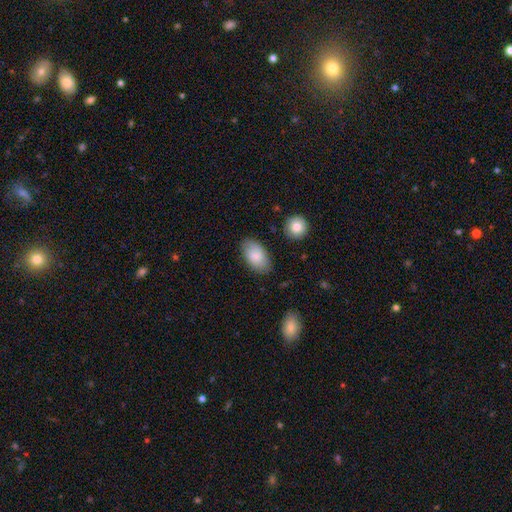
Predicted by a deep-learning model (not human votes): Smooth or featured: smooth — 84% (featured or disk — 10%)
How rounded: in between — 94% (round — 4%)
Merging: none — 80% (minor disturbance — 14%)